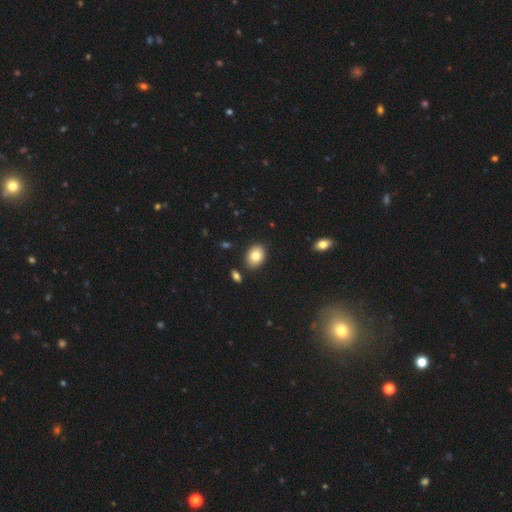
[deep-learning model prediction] Smooth or featured: smooth — 81% (featured or disk — 10%)
How rounded: in between — 63% (round — 36%)
Merging: none — 87% (minor disturbance — 8%)